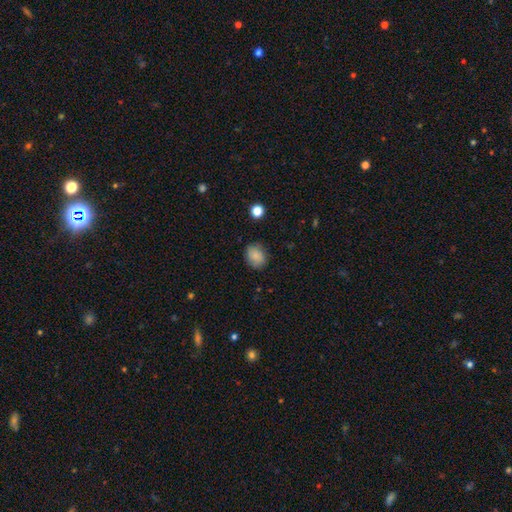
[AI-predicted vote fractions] Overall: smooth (86%). How rounded: in between (51%; round 48%). Merging: none (83%).